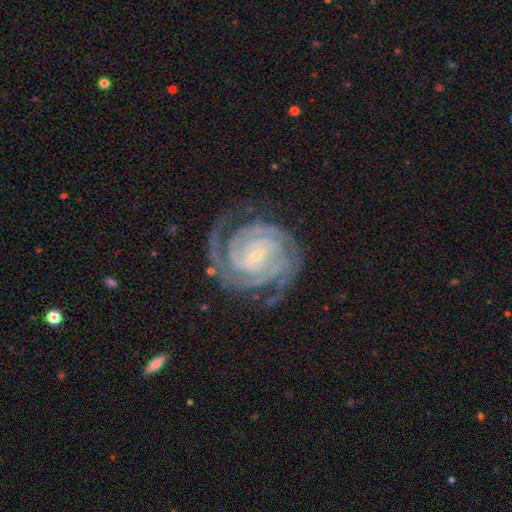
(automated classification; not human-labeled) A featured or disk galaxy (93%) with a weak bar (45%), 2 (39%) tight (80%) spiral arms (99%) and a small central bulge (81%). Merging: none (77%).